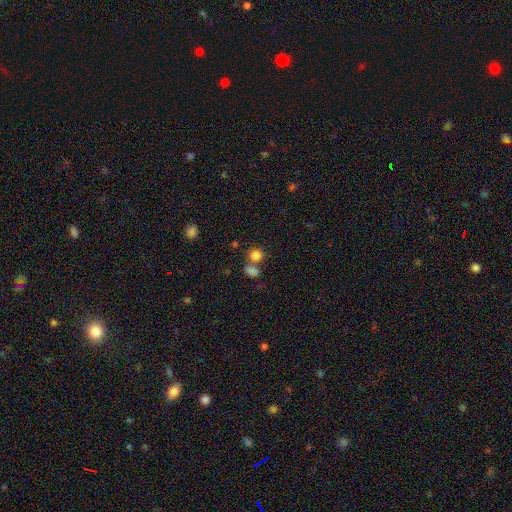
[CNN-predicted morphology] smooth_or_featured: smooth (p=0.82) [alt: star or artifact p=0.12]
how_rounded: round (p=0.74) [alt: in between p=0.25]
merging: none (p=0.56) [alt: merger p=0.30]